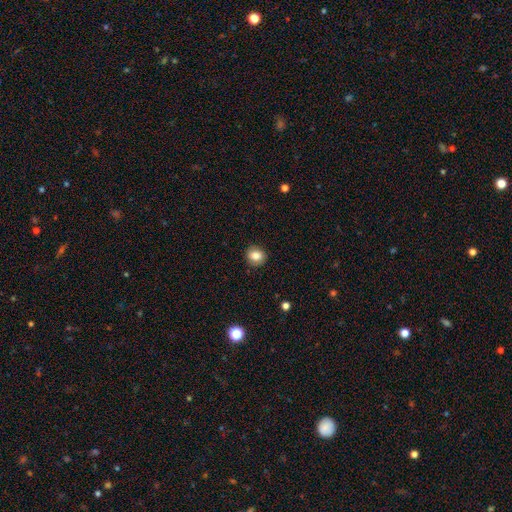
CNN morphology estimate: Overall: smooth (83%). How rounded: round (78%). Merging: none (89%).